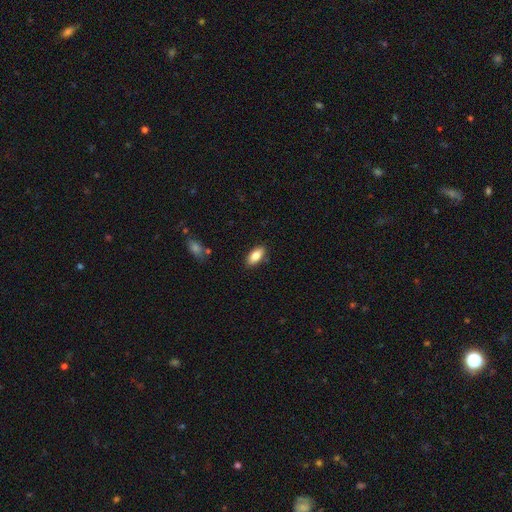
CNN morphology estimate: Q: Smooth or featured?
A: smooth (83%); runner-up: featured or disk (10%)
Q: How rounded?
A: in between (89%); runner-up: cigar-shaped (8%)
Q: Merging?
A: none (85%); runner-up: minor disturbance (11%)